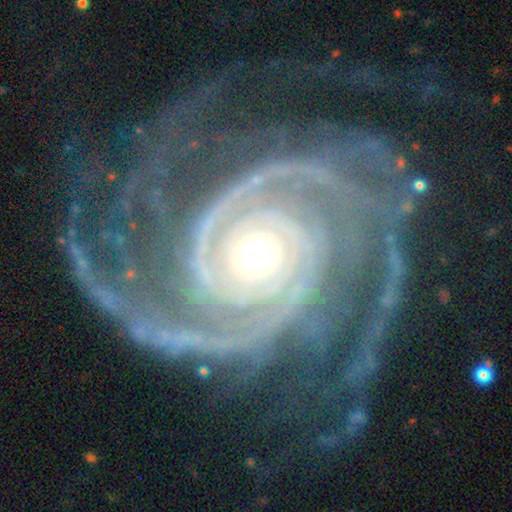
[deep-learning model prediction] A featured or disk galaxy (94%) with no bar (73%), 2 (28%) tight (69%) spiral arms (99%) and a moderate central bulge (54%).

Vote fractions:
- Smooth or featured? featured or disk: 94% / star or artifact: 4% / smooth: 2%
- Edge-on disk? no: 98% / yes: 2%
- Bar? no: 73% / weak: 16% / strong: 11%
- Spiral arms? yes: 99% / no: 1%
- Spiral winding? tight: 69% / medium: 27% / loose: 4%
- Spiral arm count? 2: 28% / 3: 24% / 4: 17% / can't tell: 11% / more than 4: 11% / 1: 9%
- Bulge size? moderate: 54% / small: 39% / large: 5% / dominant: 1% / none: 1%
- Merging? none: 69% / minor disturbance: 16% / major disturbance: 13% / merger: 2%